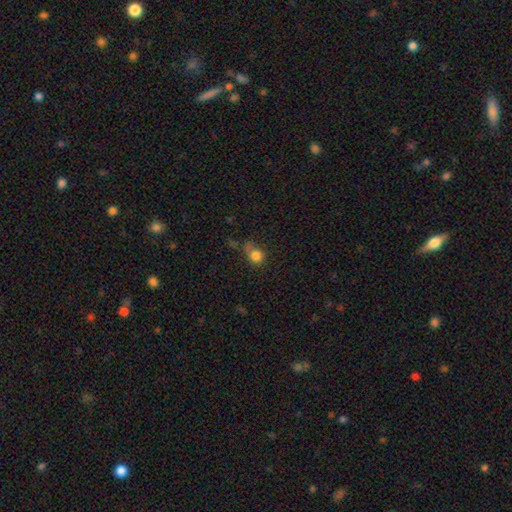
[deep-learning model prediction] smooth_or_featured: smooth (p=0.81) [alt: star or artifact p=0.12]
how_rounded: round (p=0.82) [alt: in between p=0.17]
merging: none (p=0.50) [alt: minor disturbance p=0.23]